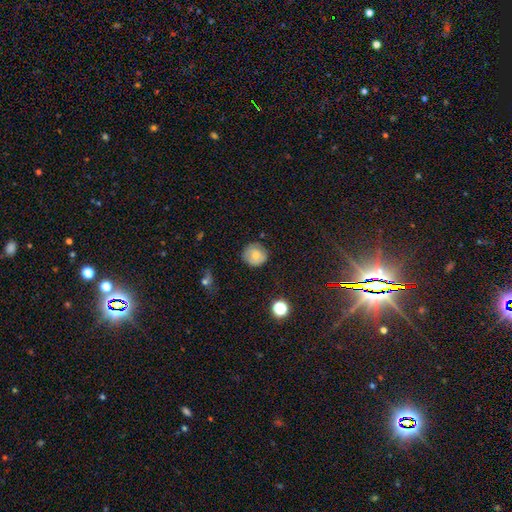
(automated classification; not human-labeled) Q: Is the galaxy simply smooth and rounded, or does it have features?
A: smooth — 68%.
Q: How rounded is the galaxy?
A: round — 88%.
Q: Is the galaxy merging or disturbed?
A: none — 77%.